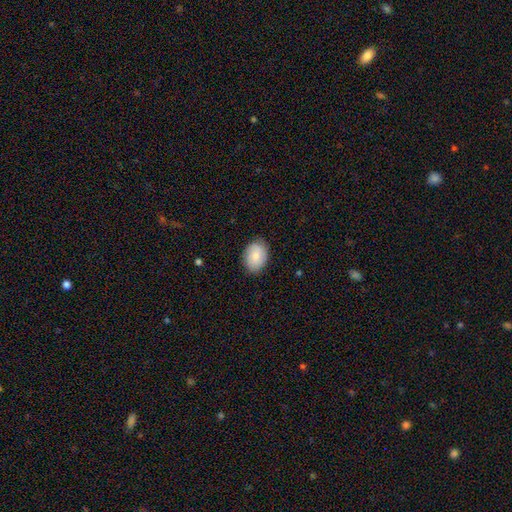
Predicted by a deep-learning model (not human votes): Morphology: type=smooth (77%); roundness=in between (74%); merging=none (82%).